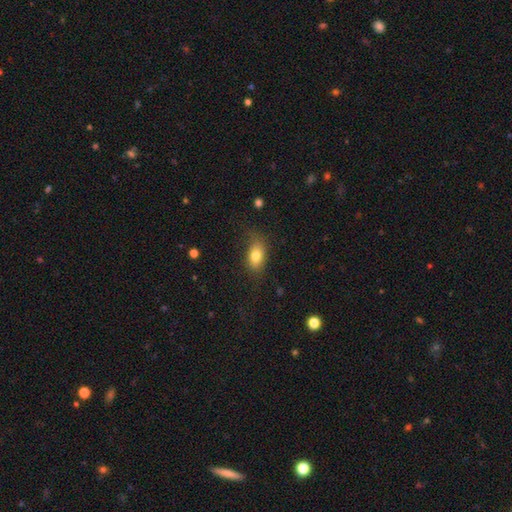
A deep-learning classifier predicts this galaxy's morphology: smooth-or-featured: smooth: 79% | featured or disk: 13% | star or artifact: 9%
  how-rounded: in between: 85% | round: 11% | cigar-shaped: 4%
  merging: none: 70% | minor disturbance: 21% | major disturbance: 8% | merger: 1%